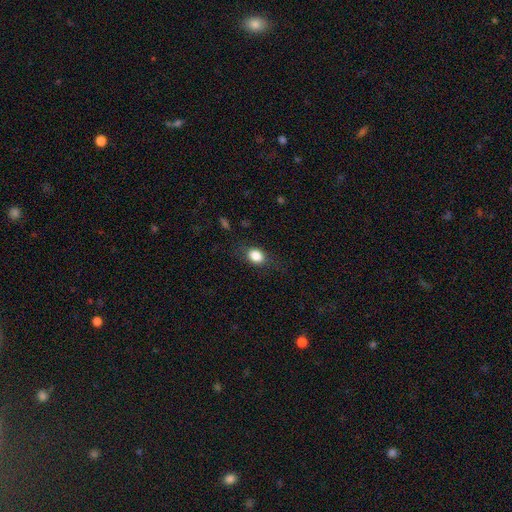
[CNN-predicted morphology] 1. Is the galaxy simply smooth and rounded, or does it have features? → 84% smooth, 9% star or artifact, 7% featured or disk.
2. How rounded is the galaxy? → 68% in between, 30% round, 2% cigar-shaped.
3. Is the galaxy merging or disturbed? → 75% none, 17% minor disturbance, 7% major disturbance, 1% merger.